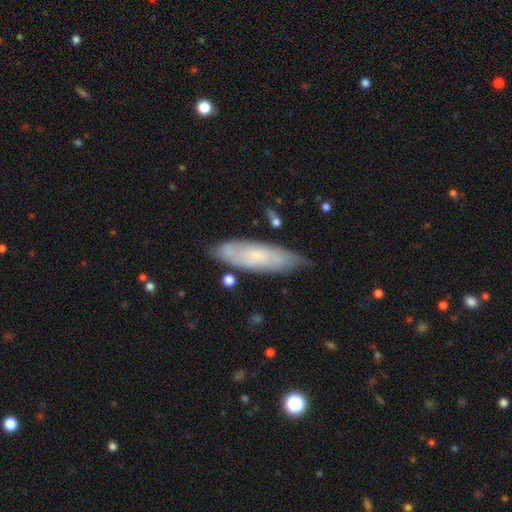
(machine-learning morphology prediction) Q: Smooth or featured?
A: smooth (47%); runner-up: featured or disk (46%)
Q: Merging?
A: none (72%); runner-up: minor disturbance (21%)